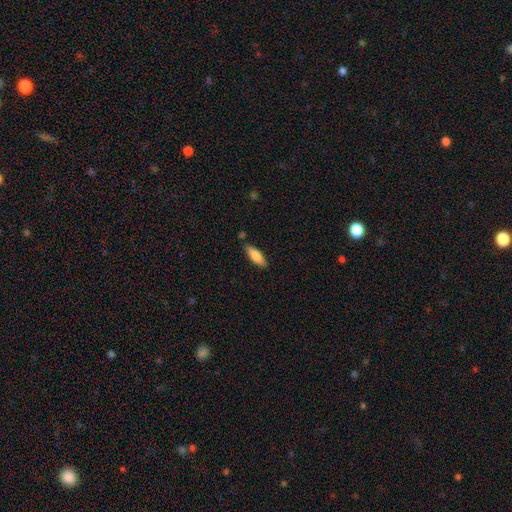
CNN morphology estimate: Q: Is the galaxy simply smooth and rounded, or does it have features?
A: smooth — 80%.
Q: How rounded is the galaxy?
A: in between — 58%.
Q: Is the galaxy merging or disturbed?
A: none — 78%.